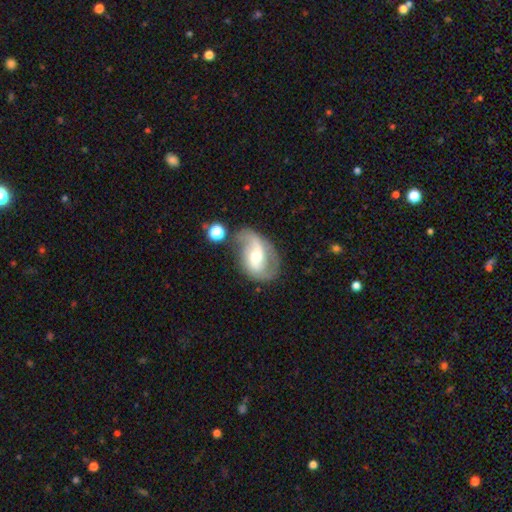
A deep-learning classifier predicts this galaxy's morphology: This appears to be a featured or disk galaxy (77%) with a weak bar (41%), 2 (79%) loose (44%) spiral arms (88%) and a moderate central bulge (60%). Merging: none (57%).